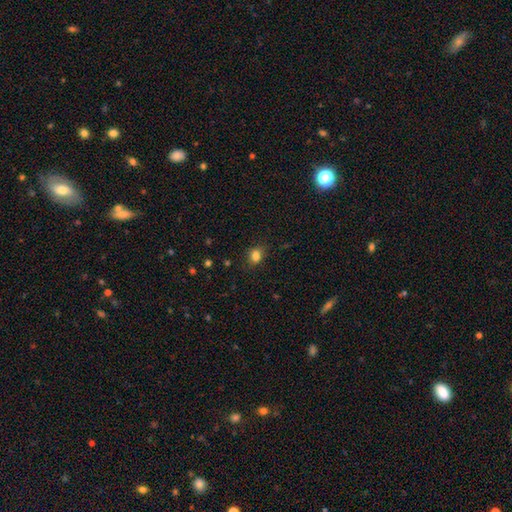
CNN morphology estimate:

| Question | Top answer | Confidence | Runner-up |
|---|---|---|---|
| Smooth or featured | smooth | 81% | star or artifact (14%) |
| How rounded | in between | 51% | round (47%) |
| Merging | none | 76% | minor disturbance (16%) |